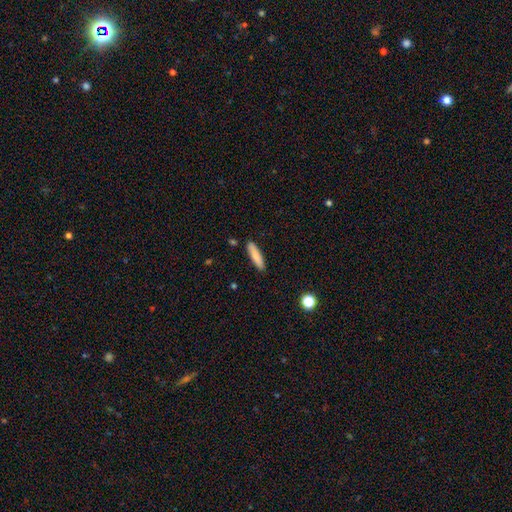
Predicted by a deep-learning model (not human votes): Q: Smooth or featured?
A: smooth (82%); runner-up: featured or disk (12%)
Q: How rounded?
A: cigar-shaped (79%); runner-up: in between (20%)
Q: Merging?
A: none (88%); runner-up: minor disturbance (8%)